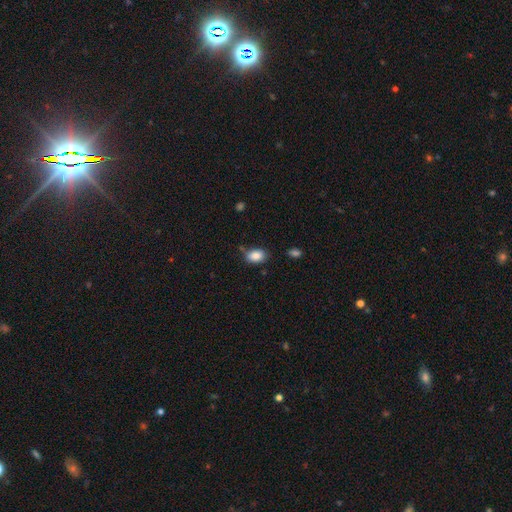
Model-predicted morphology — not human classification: A smooth galaxy with no disk features (86%) that is in between round and cigar-shaped (84%). Merging: none (71%).